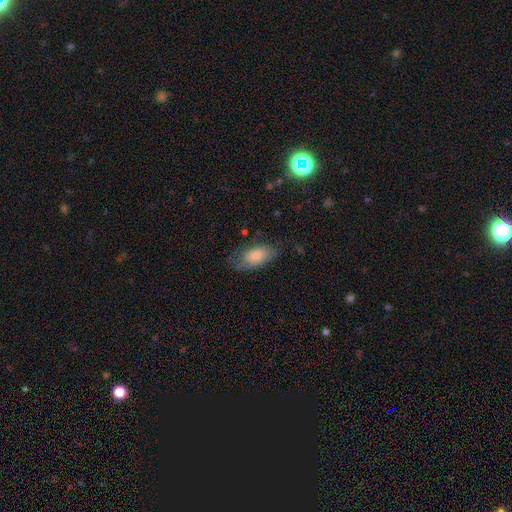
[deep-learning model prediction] Smooth or featured? Predicted: smooth (p=0.73). How rounded? Predicted: in between (p=0.92). Merging? Predicted: none (p=0.58).